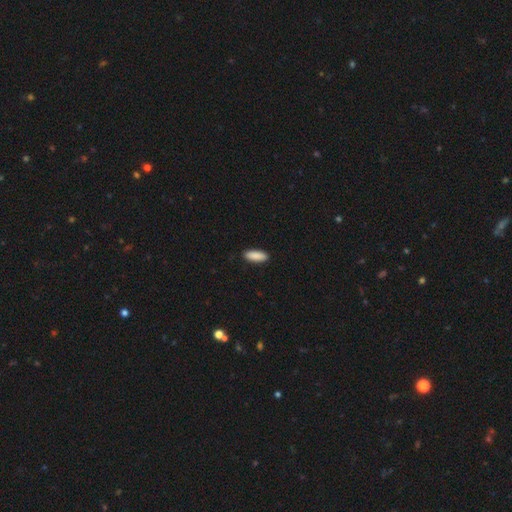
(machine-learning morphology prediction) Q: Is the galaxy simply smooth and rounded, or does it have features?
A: smooth — 90%.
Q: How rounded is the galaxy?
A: in between — 66%.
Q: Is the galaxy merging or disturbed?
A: none — 90%.